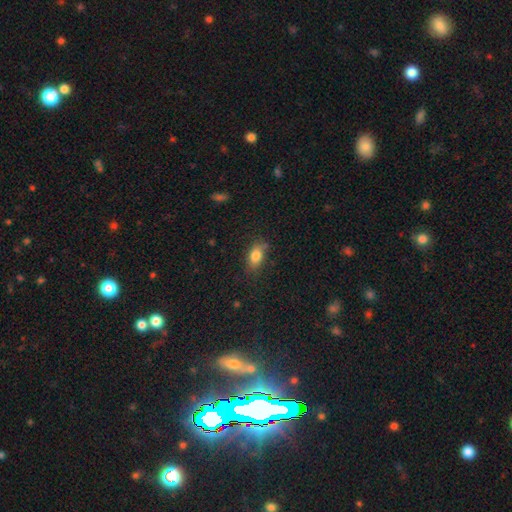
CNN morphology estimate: A smooth galaxy with no disk features (82%) that is in between round and cigar-shaped (85%). Merging: none (74%).